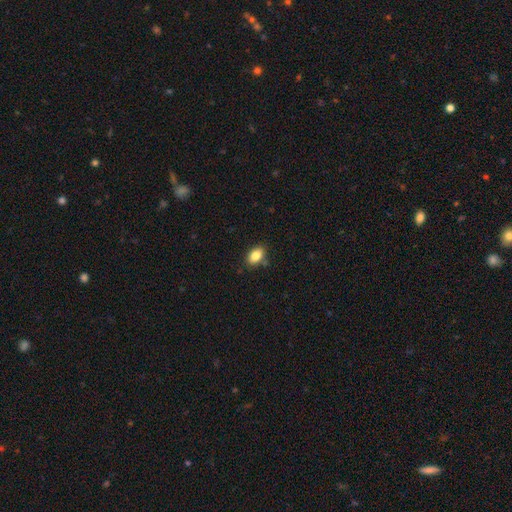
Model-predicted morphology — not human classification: A smooth galaxy with no disk features (85%) that is in between round and cigar-shaped (88%).

Vote fractions:
- Smooth or featured? smooth: 85% / star or artifact: 8% / featured or disk: 7%
- How rounded? in between: 88% / round: 11% / cigar-shaped: 2%
- Merging? none: 83% / minor disturbance: 11% / merger: 4% / major disturbance: 2%